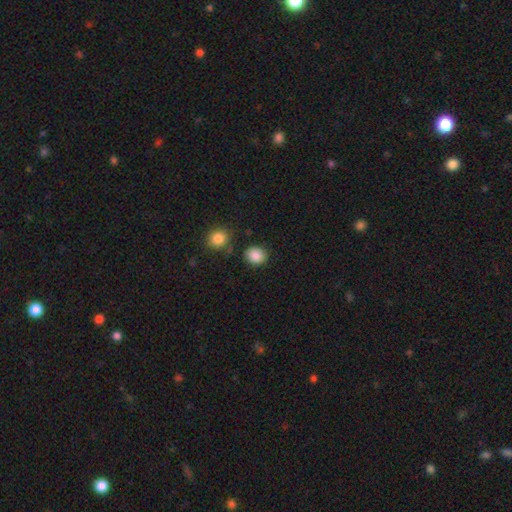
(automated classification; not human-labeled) smooth_or_featured: smooth (p=0.86) [alt: star or artifact p=0.09]
how_rounded: round (p=0.74) [alt: in between p=0.25]
merging: none (p=0.85) [alt: minor disturbance p=0.09]